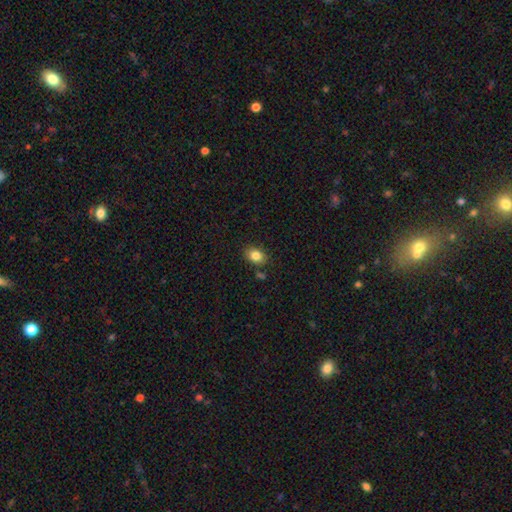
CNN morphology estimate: Overall: smooth (83%). How rounded: in between (66%; round 33%). Merging: none (82%).